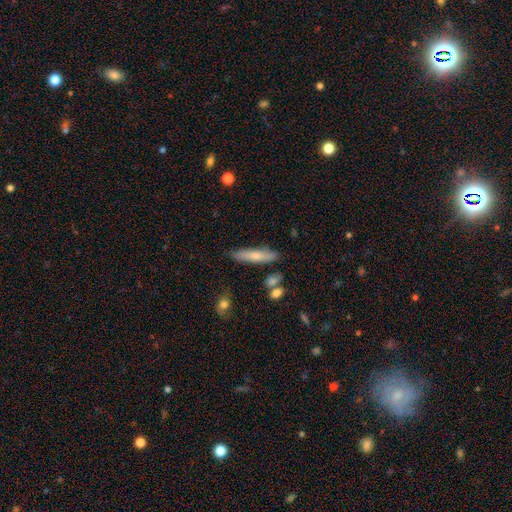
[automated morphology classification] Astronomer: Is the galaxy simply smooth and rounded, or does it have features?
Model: smooth — 66%.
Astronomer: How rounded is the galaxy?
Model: cigar-shaped — 82%.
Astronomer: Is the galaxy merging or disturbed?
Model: none — 80%.